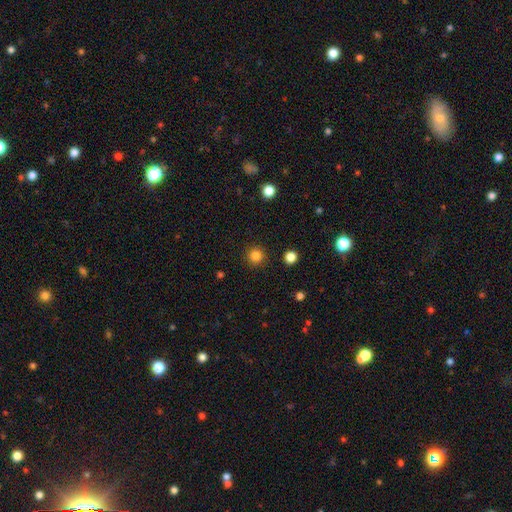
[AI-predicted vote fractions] Overall: smooth (83%). How rounded: round (95%). Merging: none (91%).